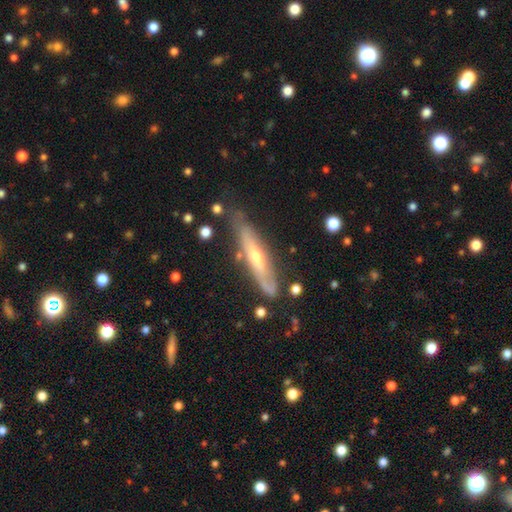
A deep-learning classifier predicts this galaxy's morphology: The model was most divided on "smooth or featured": featured or disk: 66%, smooth: 29%, star or artifact: 6%. More confident: merging — none (71%); edge-on disk — yes (70%).